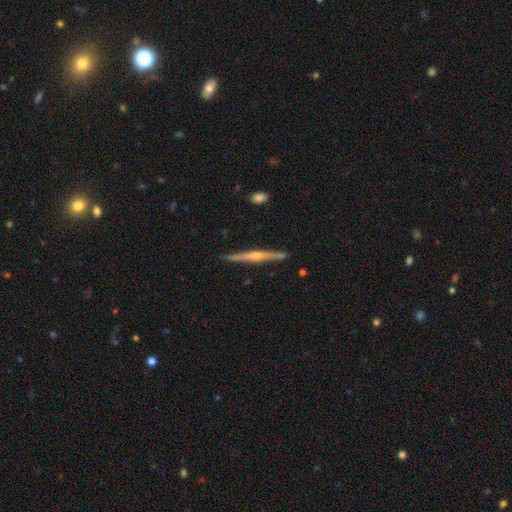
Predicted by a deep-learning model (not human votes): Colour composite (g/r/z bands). It shows a featured or disk galaxy (76%) viewed edge-on (98%) with a rounded central bulge (81%). Merging: none (90%).